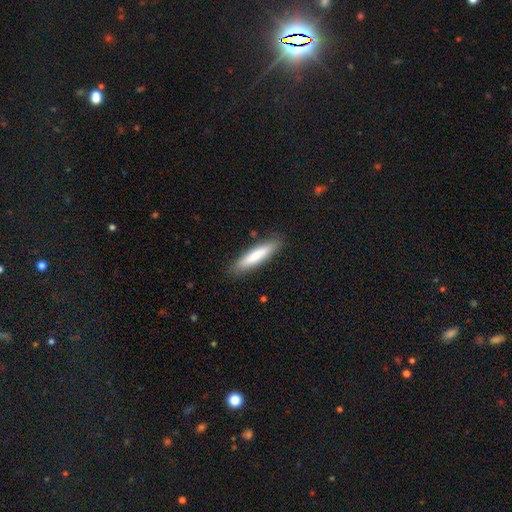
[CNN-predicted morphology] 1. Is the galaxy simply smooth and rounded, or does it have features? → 79% smooth, 15% featured or disk, 5% star or artifact.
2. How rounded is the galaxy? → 81% cigar-shaped, 18% in between, 1% round.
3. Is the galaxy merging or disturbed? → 87% none, 9% minor disturbance, 2% major disturbance, 1% merger.